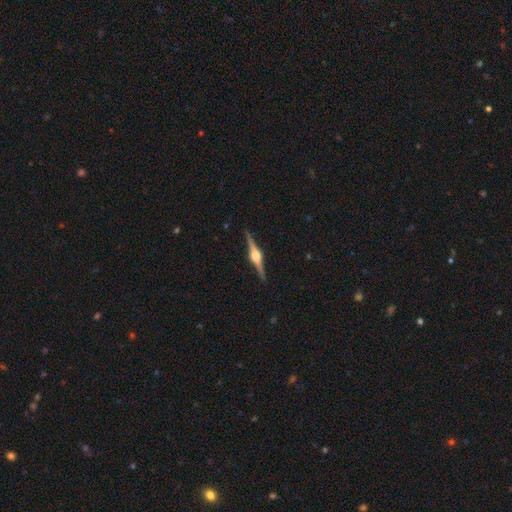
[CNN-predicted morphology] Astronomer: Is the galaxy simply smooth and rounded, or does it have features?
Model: featured or disk — 88%.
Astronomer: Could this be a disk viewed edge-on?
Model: yes — 99%.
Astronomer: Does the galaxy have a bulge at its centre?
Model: rounded — 93%.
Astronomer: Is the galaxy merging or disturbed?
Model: none — 91%.